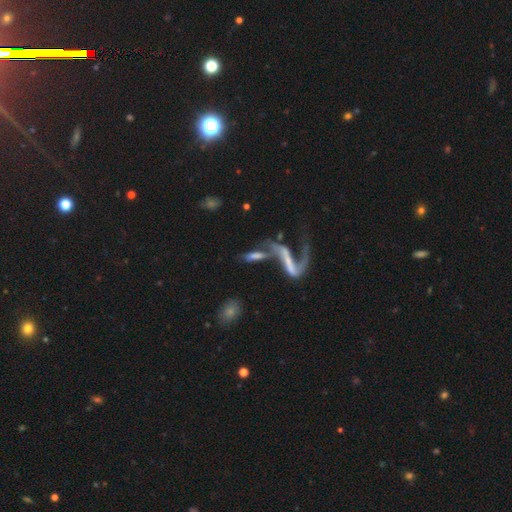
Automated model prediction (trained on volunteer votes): A featured or disk galaxy (60%).

Vote fractions:
- Smooth or featured? featured or disk: 60% / smooth: 26% / star or artifact: 13%
- Edge-on disk? no: 81% / yes: 19%
- Merging? merger: 51% / major disturbance: 22% / none: 18% / minor disturbance: 8%